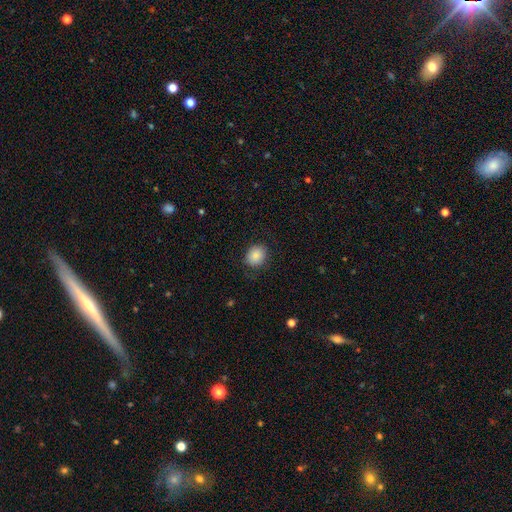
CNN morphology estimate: A smooth galaxy with no disk features (87%) that is round (53%). Merging: none (82%).